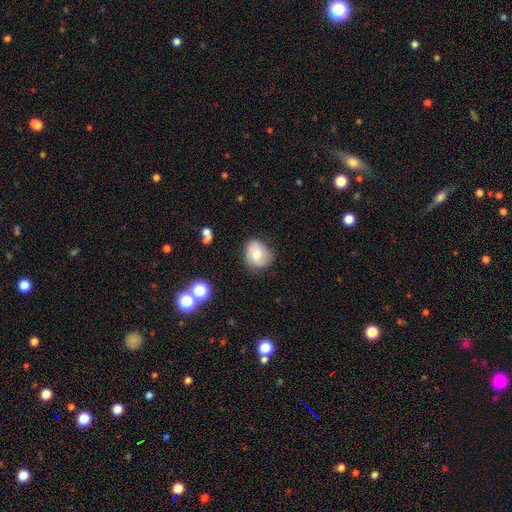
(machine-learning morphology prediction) This is possibly a smooth galaxy (58%). How rounded: likely round (60%). Merging: likely none (65%).